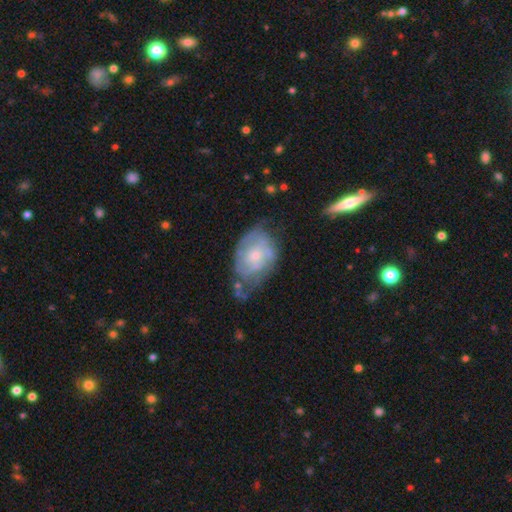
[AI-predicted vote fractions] featured or disk 64%, smooth 30%, star or artifact 7%. Down the decision tree: edge-on disk — no (96%); bar — no (79%); spiral arms — yes (62%); bulge size — small (61%); merging — none (41%).